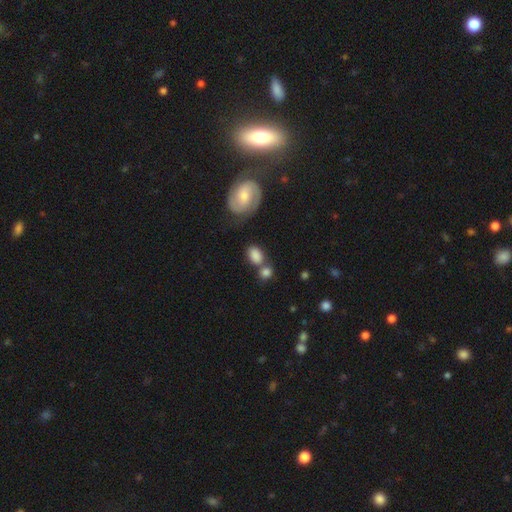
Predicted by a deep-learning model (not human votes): A smooth galaxy with no disk features (79%) that is in between round and cigar-shaped (74%).

Vote fractions:
- Smooth or featured? smooth: 79% / featured or disk: 14% / star or artifact: 8%
- How rounded? in between: 74% / round: 24% / cigar-shaped: 2%
- Merging? none: 46% / merger: 32% / minor disturbance: 15% / major disturbance: 7%